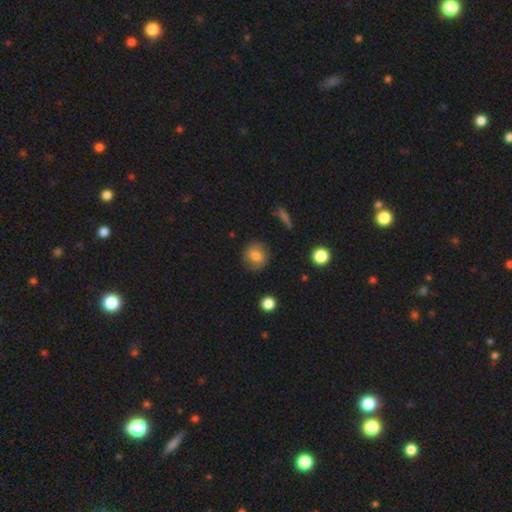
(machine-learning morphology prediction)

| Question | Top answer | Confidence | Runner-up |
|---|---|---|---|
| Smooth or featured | smooth | 76% | featured or disk (15%) |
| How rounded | round | 78% | in between (20%) |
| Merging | none | 80% | minor disturbance (14%) |